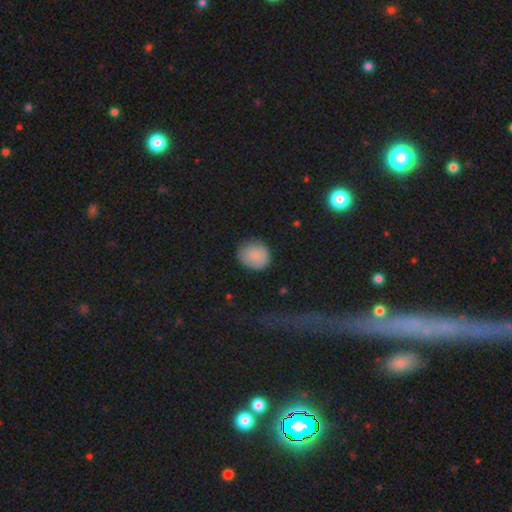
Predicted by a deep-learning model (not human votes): smooth_or_featured: smooth (p=0.85) [alt: featured or disk p=0.08]
how_rounded: round (p=0.80) [alt: in between p=0.19]
merging: none (p=0.79) [alt: minor disturbance p=0.16]